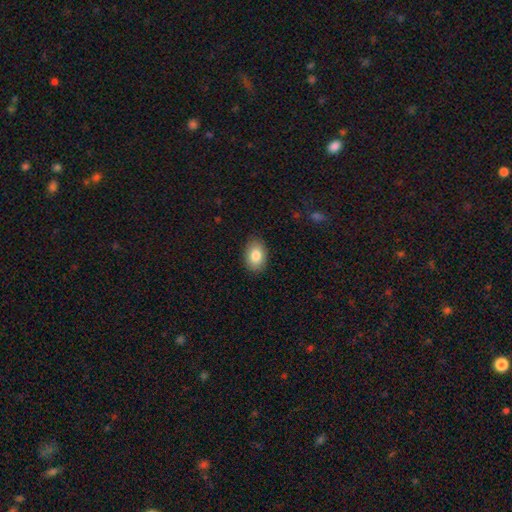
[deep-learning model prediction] Overall: smooth (84%). How rounded: in between (85%). Merging: none (87%).